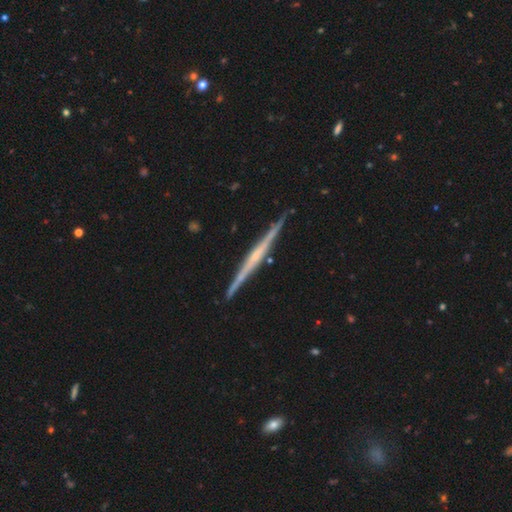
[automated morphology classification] A featured or disk galaxy (78%) viewed edge-on (98%) with no central bulge (52%).

Vote fractions:
- Smooth or featured? featured or disk: 78% / smooth: 17% / star or artifact: 5%
- Edge-on disk? yes: 98% / no: 2%
- Edge-on bulge? none: 52% / rounded: 38% / boxy: 11%
- Merging? none: 90% / minor disturbance: 7% / merger: 1% / major disturbance: 1%